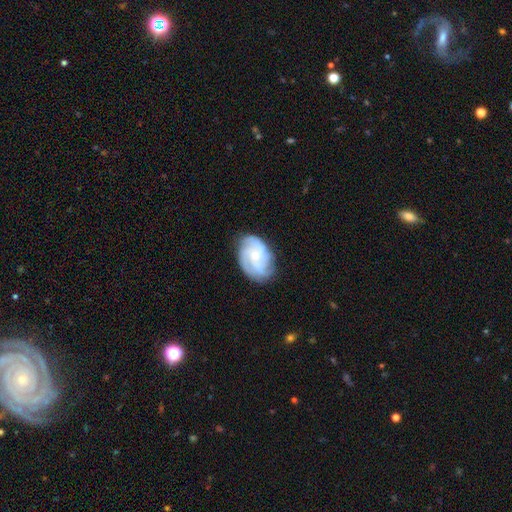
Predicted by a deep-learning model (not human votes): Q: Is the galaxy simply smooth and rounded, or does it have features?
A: featured or disk — 83%.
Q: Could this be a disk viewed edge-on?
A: no — 98%.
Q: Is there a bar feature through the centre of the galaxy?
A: no — 69%.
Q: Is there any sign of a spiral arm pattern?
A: yes — 96%.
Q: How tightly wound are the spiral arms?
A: tight — 52%.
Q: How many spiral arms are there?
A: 3 — 41%.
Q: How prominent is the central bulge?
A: small — 61%.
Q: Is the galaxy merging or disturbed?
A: none — 76%.